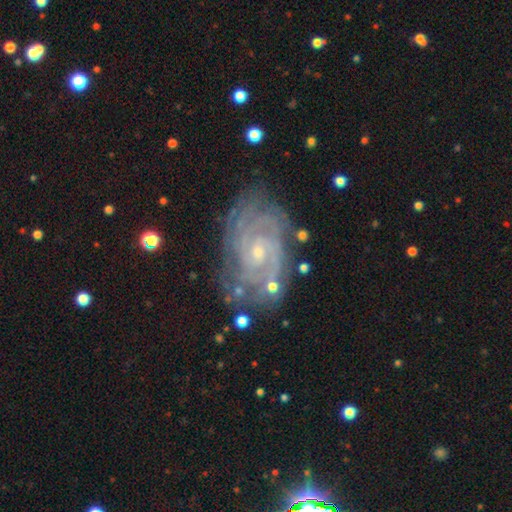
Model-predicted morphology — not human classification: This is clearly a featured or disk galaxy (85%). It is clearly not viewed edge-on (96%). Bar: likely no (62%). Spiral arm pattern: clearly yes (96%). Spiral arm count: marginally can't tell (32%). Spiral winding: likely tight (71%). Central bulge: likely small (75%). Merging: likely none (75%).